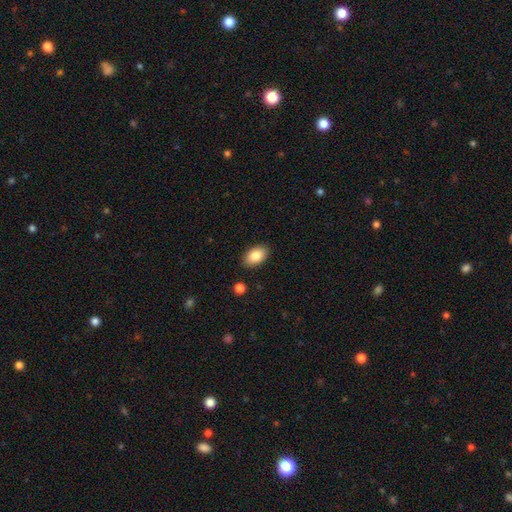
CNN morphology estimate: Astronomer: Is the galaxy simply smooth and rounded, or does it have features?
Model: smooth — 85%.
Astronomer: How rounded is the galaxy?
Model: in between — 92%.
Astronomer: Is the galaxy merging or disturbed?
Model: none — 88%.